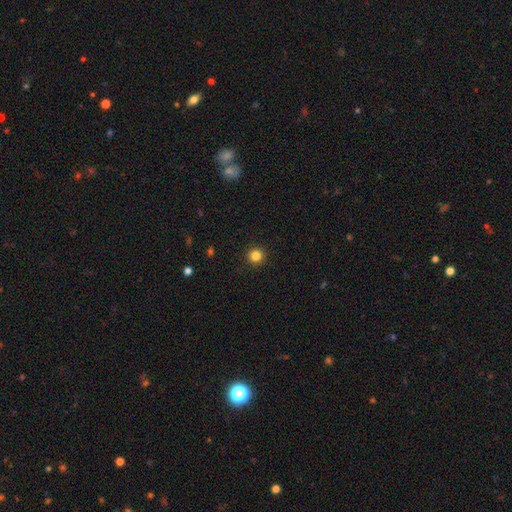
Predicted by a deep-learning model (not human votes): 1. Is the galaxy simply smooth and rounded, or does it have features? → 83% smooth, 12% star or artifact, 4% featured or disk.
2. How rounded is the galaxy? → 95% round, 4% in between, 1% cigar-shaped.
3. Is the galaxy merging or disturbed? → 93% none, 5% minor disturbance, 2% major disturbance, 1% merger.